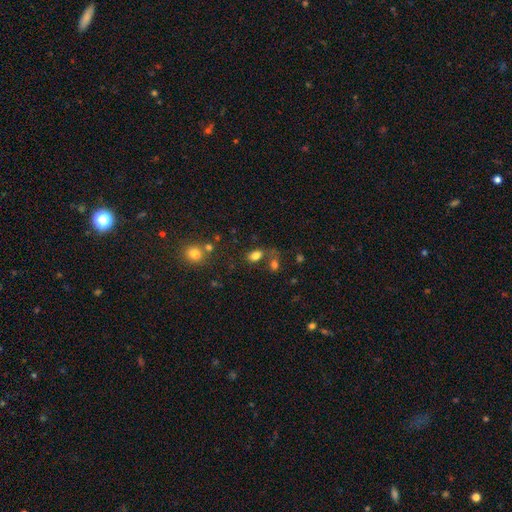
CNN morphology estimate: Smooth or featured? smooth (80%)
How rounded? in between (83%)
Merging? none (63%)